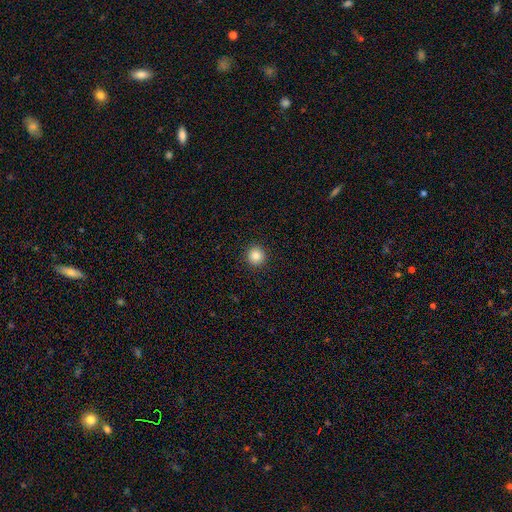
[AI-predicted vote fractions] Overall: smooth (86%). How rounded: round (94%). Merging: none (93%).